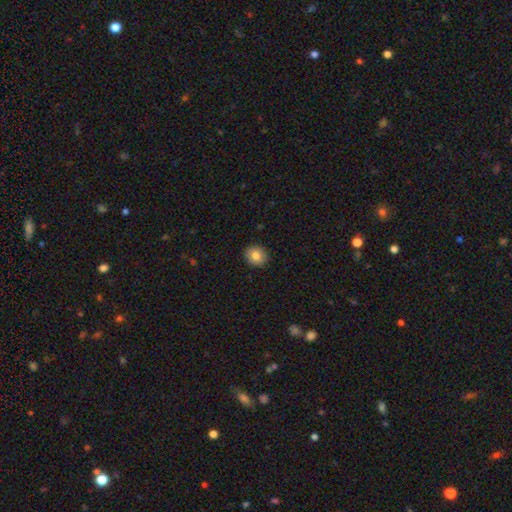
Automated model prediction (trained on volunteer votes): Q: Smooth or featured?
A: smooth (82%); runner-up: featured or disk (9%)
Q: How rounded?
A: round (82%); runner-up: in between (17%)
Q: Merging?
A: none (91%); runner-up: minor disturbance (6%)